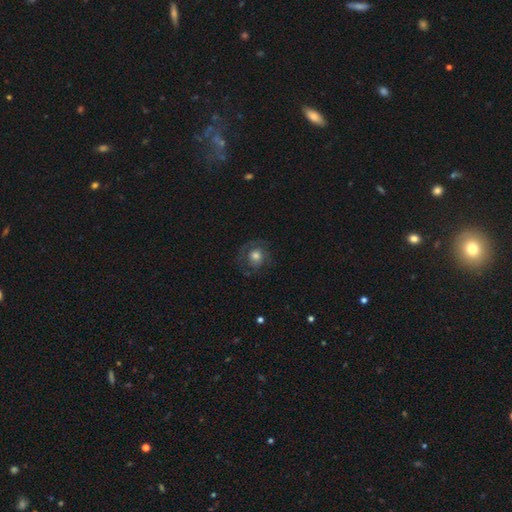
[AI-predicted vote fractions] smooth_or_featured: smooth (p=0.56) [alt: featured or disk p=0.35]
how_rounded: round (p=0.87) [alt: in between p=0.12]
merging: none (p=0.68) [alt: minor disturbance p=0.17]